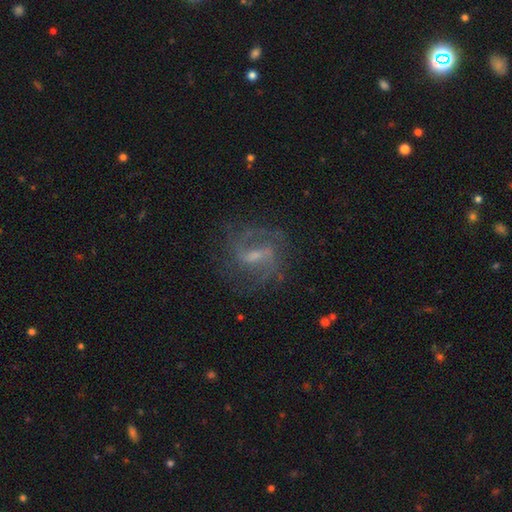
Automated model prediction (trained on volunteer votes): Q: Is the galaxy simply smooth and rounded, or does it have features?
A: featured or disk — 82%.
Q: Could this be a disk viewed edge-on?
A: no — 96%.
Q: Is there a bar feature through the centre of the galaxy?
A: weak — 54%.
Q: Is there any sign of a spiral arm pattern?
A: yes — 93%.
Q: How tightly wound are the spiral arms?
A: medium — 51%.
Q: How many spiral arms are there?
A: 2 — 70%.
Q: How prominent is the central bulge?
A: small — 49%.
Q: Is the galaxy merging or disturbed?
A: none — 72%.